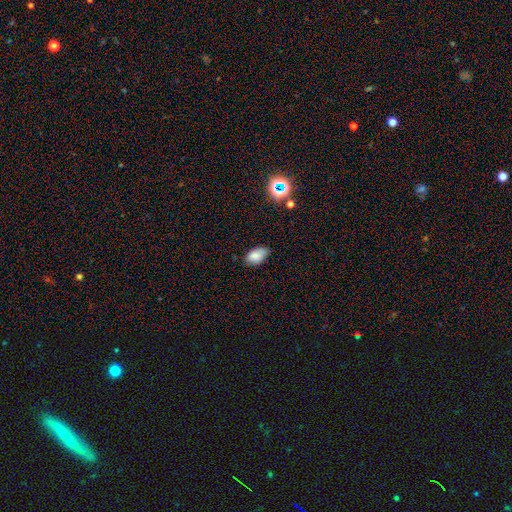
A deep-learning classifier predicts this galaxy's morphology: Smooth or featured?
  - smooth: 81% *
  - star or artifact: 11%
  - featured or disk: 8%
How rounded?
  - in between: 92% *
  - round: 6%
  - cigar-shaped: 2%
Merging?
  - none: 67% *
  - minor disturbance: 27%
  - major disturbance: 4%
  - merger: 2%